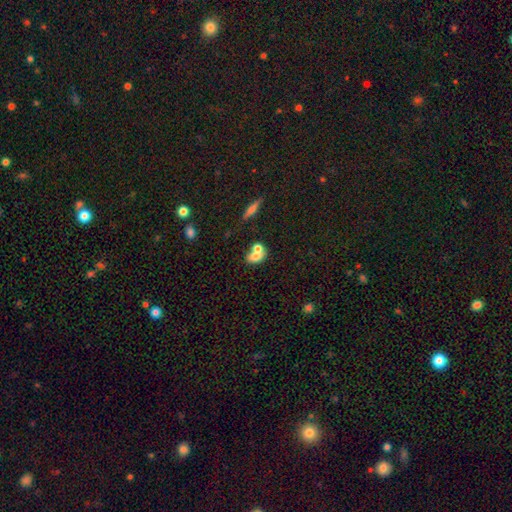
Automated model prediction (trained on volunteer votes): The model was most divided on "merging": merger: 56%, none: 31%, minor disturbance: 9%, major disturbance: 4%. More confident: smooth or featured — smooth (69%); how rounded — in between (67%).